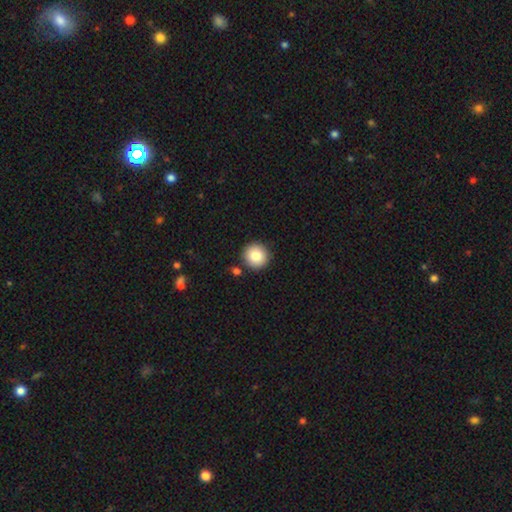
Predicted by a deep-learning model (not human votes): A smooth galaxy with no disk features (83%) that is round (95%).

Vote fractions:
- Smooth or featured? smooth: 83% / star or artifact: 9% / featured or disk: 8%
- How rounded? round: 95% / in between: 4% / cigar-shaped: 1%
- Merging? none: 86% / minor disturbance: 7% / merger: 4% / major disturbance: 2%